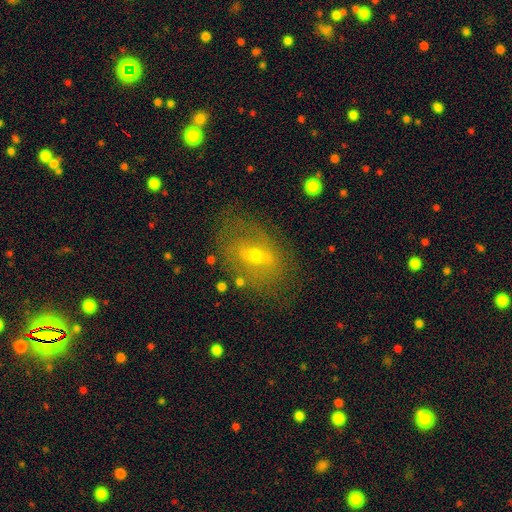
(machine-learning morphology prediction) smooth-or-featured: featured or disk: 46% | smooth: 37% | star or artifact: 16%
  merging: none: 70% | minor disturbance: 18% | major disturbance: 10% | merger: 3%